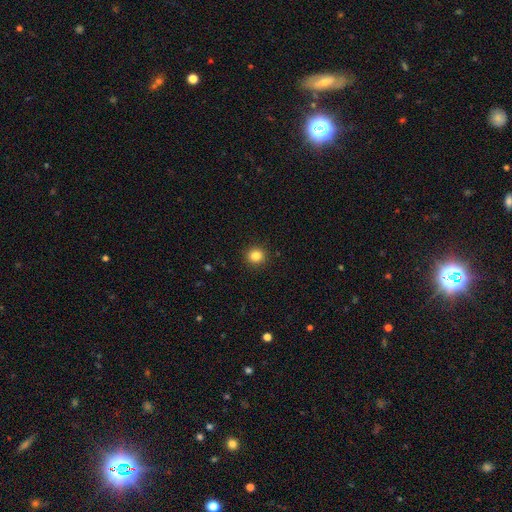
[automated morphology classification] Smooth or featured?
  - smooth: 85% *
  - star or artifact: 11%
  - featured or disk: 4%
How rounded?
  - round: 91% *
  - in between: 8%
  - cigar-shaped: 1%
Merging?
  - none: 92% *
  - minor disturbance: 5%
  - major disturbance: 2%
  - merger: 1%